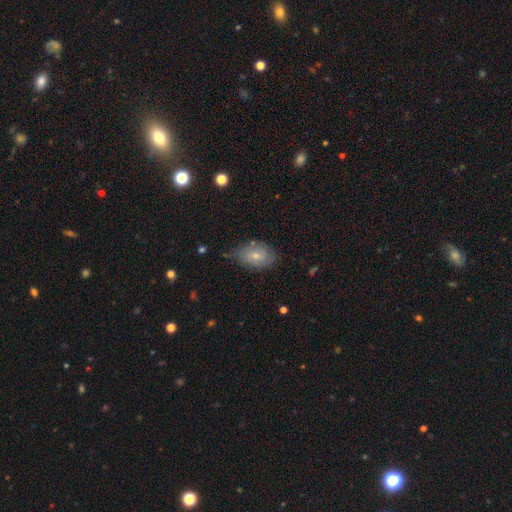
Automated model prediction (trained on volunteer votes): smooth-or-featured: smooth: 54% | featured or disk: 38% | star or artifact: 8%
  how-rounded: in between: 86% | round: 12% | cigar-shaped: 2%
  merging: none: 62% | minor disturbance: 29% | major disturbance: 6% | merger: 3%